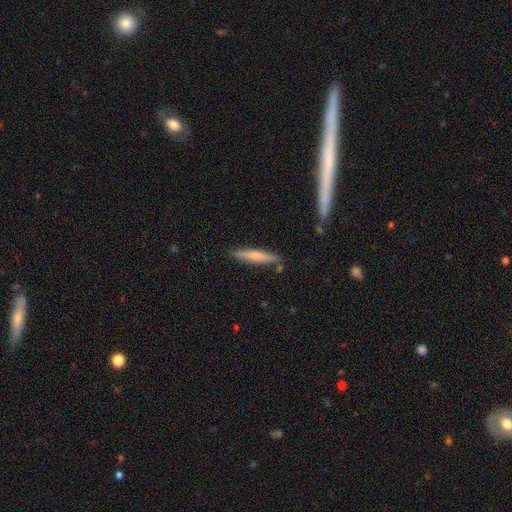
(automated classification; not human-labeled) A smooth galaxy with no disk features (64%) that is cigar-shaped (91%). Merging: none (83%).